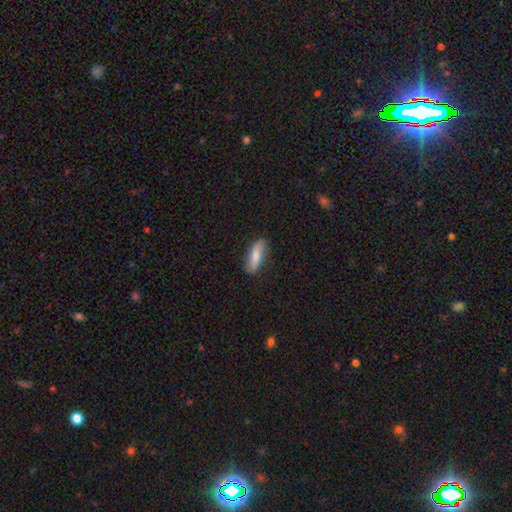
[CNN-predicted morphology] smooth_or_featured: smooth (p=0.68) [alt: featured or disk p=0.27]
how_rounded: in between (p=0.55) [alt: cigar-shaped p=0.42]
merging: none (p=0.83) [alt: minor disturbance p=0.13]